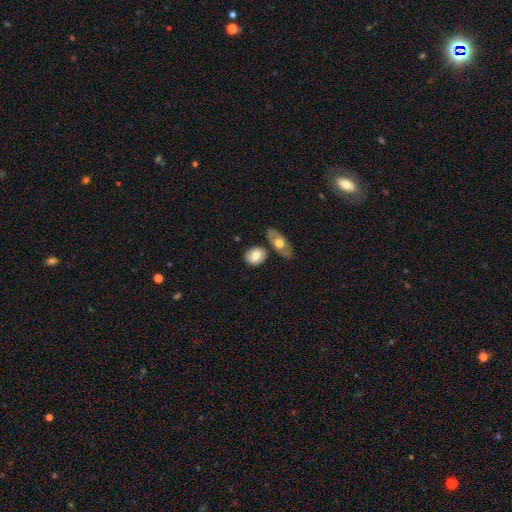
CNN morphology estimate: smooth 74%, featured or disk 20%, star or artifact 6%. Down the decision tree: how rounded — in between (56%); merging — none (69%).